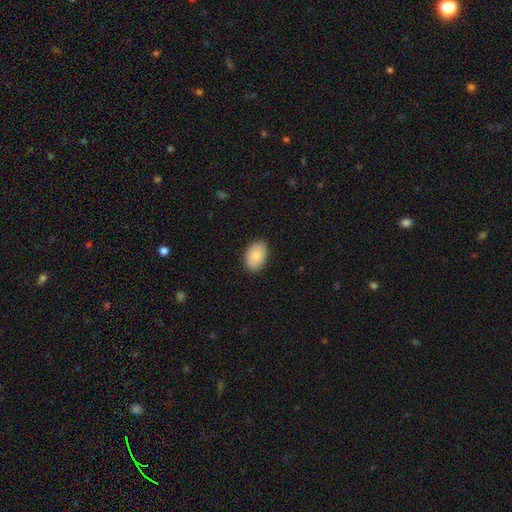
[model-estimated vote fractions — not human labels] Smooth or featured: smooth — 85% (featured or disk — 9%)
How rounded: in between — 87% (round — 12%)
Merging: none — 87% (minor disturbance — 10%)